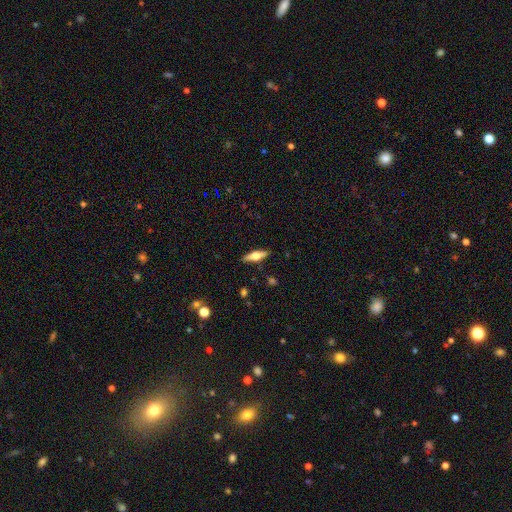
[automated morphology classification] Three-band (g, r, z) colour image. It shows a featured or disk galaxy (51%) viewed edge-on (93%). Merging: none (88%).